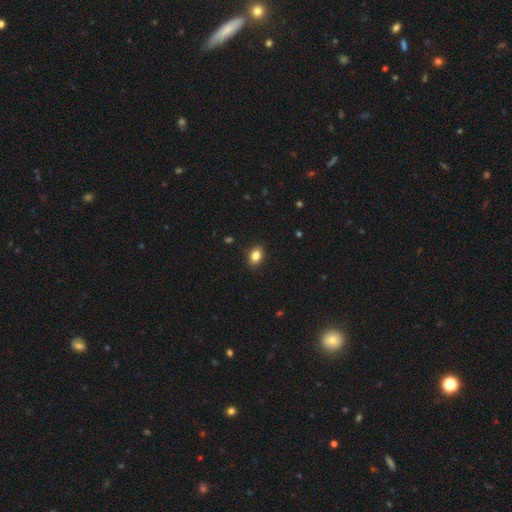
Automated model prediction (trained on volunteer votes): A smooth galaxy with no disk features (84%) that is in between round and cigar-shaped (75%). Merging: none (90%).